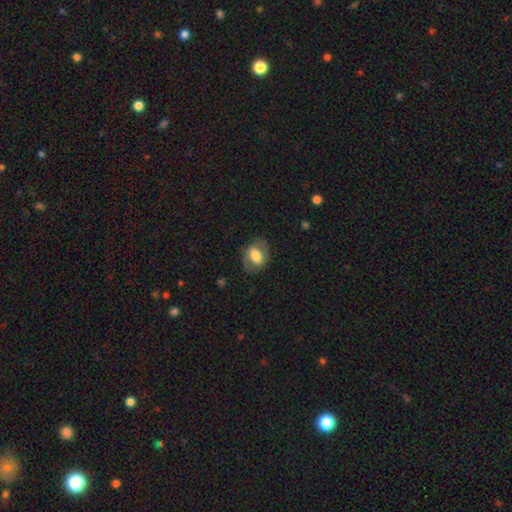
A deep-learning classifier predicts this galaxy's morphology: Smooth or featured? smooth (55%)
How rounded? in between (77%)
Merging? none (74%)